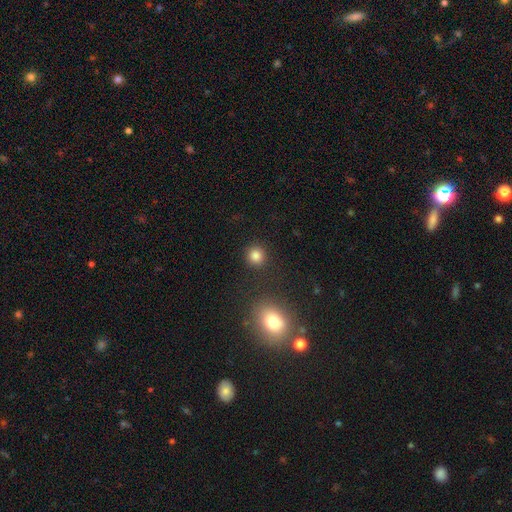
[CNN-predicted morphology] The model was most divided on "smooth or featured": smooth: 83%, star or artifact: 12%, featured or disk: 5%. More confident: how rounded — round (91%); merging — none (88%).